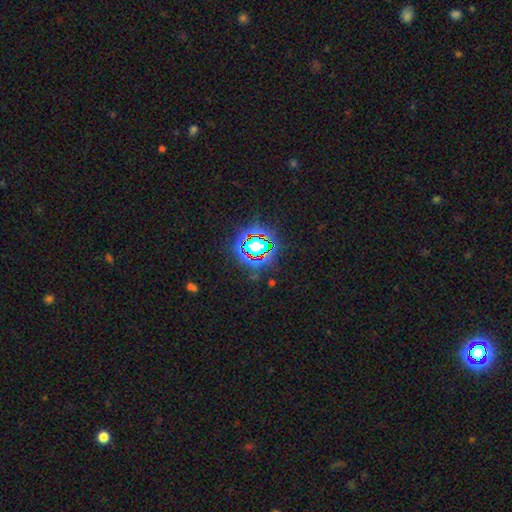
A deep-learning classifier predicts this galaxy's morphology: Smooth or featured: star or artifact — 78% (smooth — 13%)